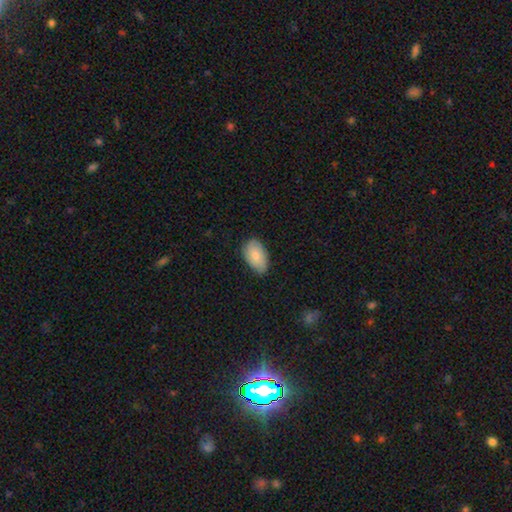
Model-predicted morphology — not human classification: A smooth galaxy with no disk features (83%) that is in between round and cigar-shaped (93%). Merging: none (72%).